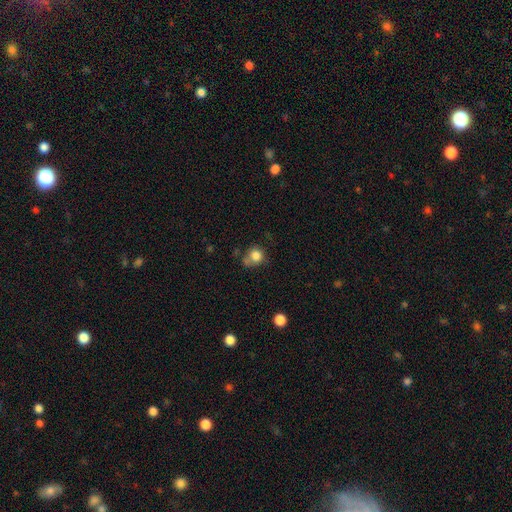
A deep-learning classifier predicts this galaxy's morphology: smooth_or_featured: smooth (p=0.80) [alt: star or artifact p=0.11]
how_rounded: round (p=0.76) [alt: in between p=0.23]
merging: none (p=0.46) [alt: minor disturbance p=0.26]